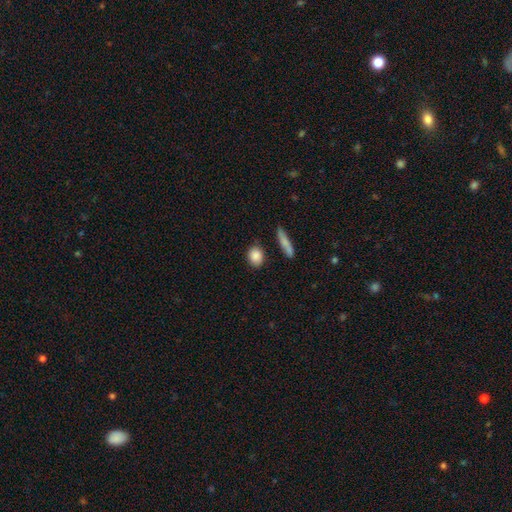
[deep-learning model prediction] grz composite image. It shows a smooth galaxy with no disk features (87%) that is in between round and cigar-shaped (48%). Merging: none (83%).